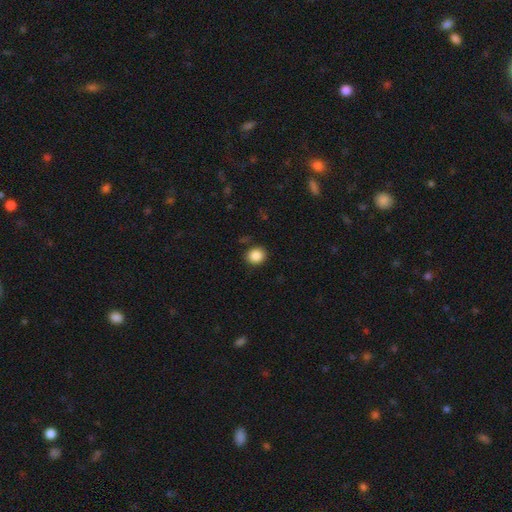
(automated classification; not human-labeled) This appears to be a smooth galaxy with no disk features (87%) that is round (79%). Merging: none (87%).